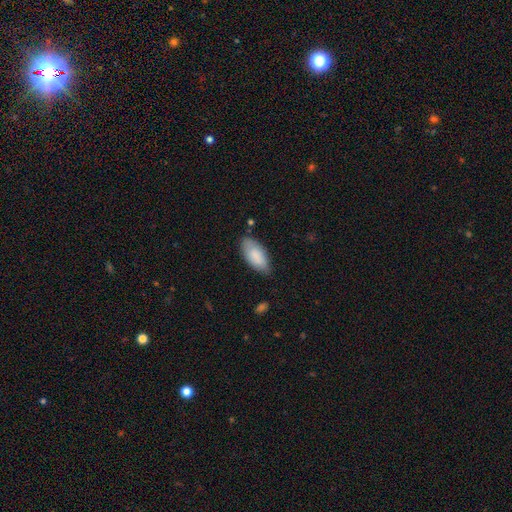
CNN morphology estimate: The model was most divided on "merging": none: 73%, minor disturbance: 22%, major disturbance: 4%, merger: 2%. More confident: how rounded — in between (91%); smooth or featured — smooth (85%).